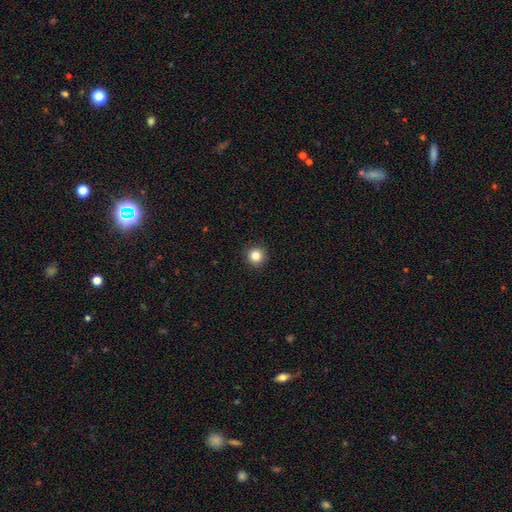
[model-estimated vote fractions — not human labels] Smooth or featured: smooth — 84% (star or artifact — 12%)
How rounded: round — 95% (in between — 4%)
Merging: none — 93% (minor disturbance — 4%)